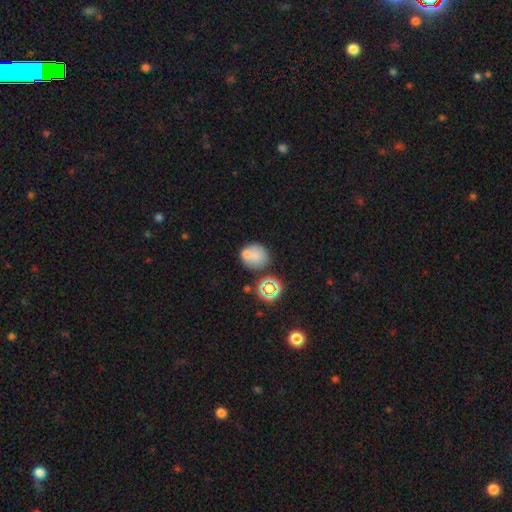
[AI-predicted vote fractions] Smooth or featured? smooth (70%)
How rounded? round (79%)
Merging? none (56%)